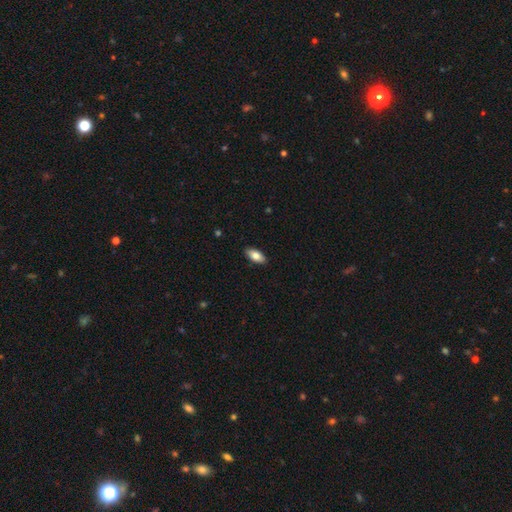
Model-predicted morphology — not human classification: type=smooth (80%); roundness=in between (89%); merging=none (90%).